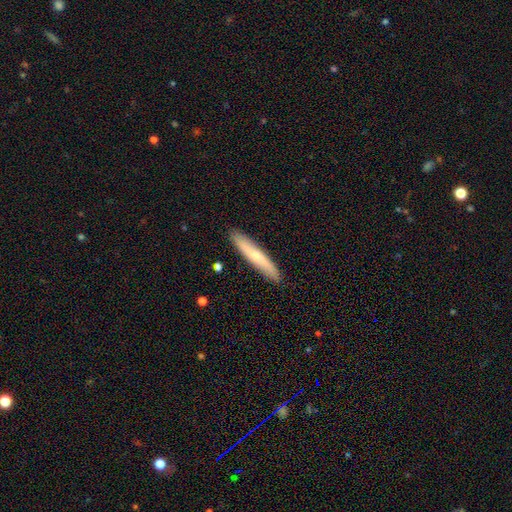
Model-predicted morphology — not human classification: type=smooth (59%); roundness=cigar-shaped (92%); merging=none (90%).